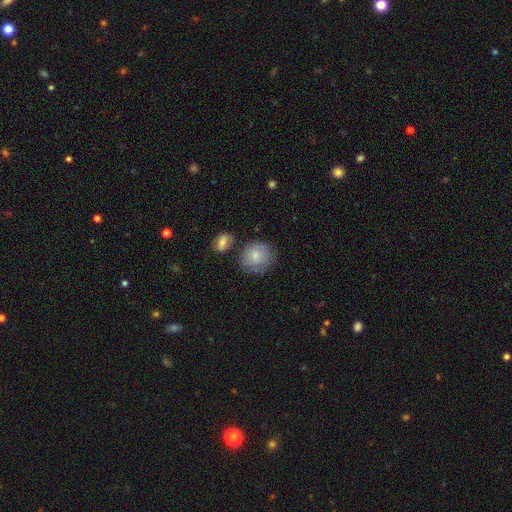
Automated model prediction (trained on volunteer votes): Smooth or featured? Predicted: smooth (p=0.81). How rounded? Predicted: round (p=0.81). Merging? Predicted: none (p=0.66).